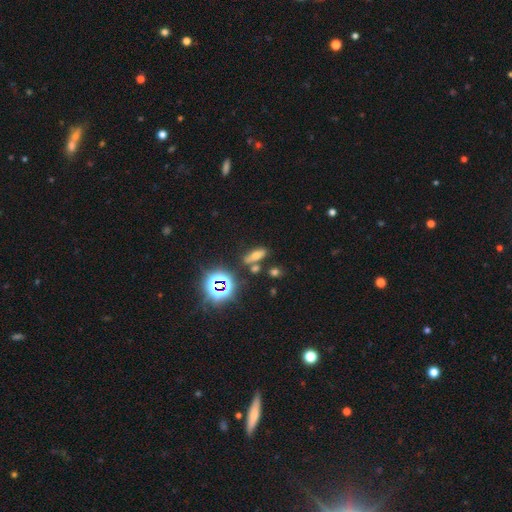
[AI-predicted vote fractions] Overall: smooth (51%; star or artifact 30%). How rounded: in between (54%; cigar-shaped 35%). Merging: none (69%).